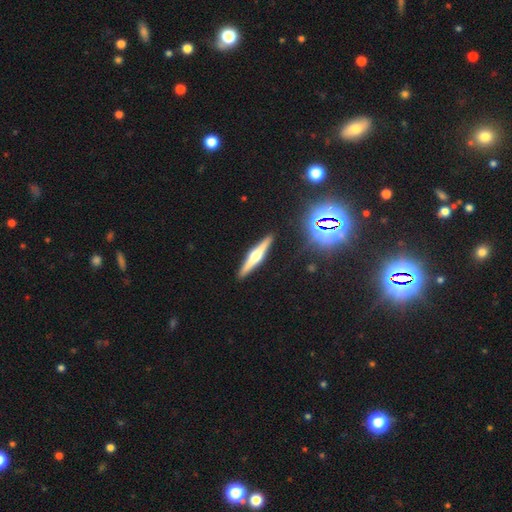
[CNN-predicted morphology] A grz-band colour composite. It shows a featured or disk galaxy (72%) viewed edge-on (98%) with a rounded central bulge (93%). Merging: none (92%).